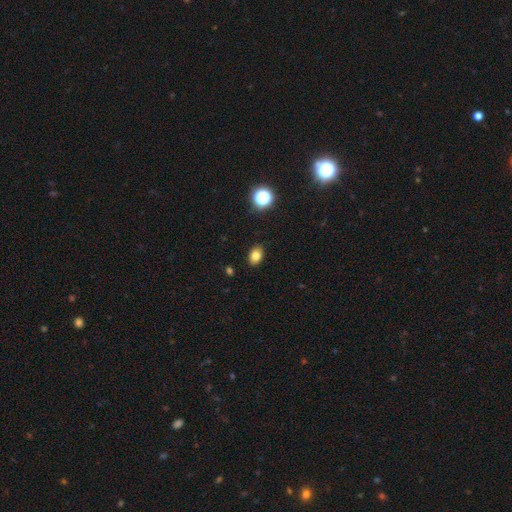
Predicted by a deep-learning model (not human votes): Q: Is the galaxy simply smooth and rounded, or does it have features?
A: smooth — 81%.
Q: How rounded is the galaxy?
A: in between — 80%.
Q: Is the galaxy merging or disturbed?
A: none — 88%.